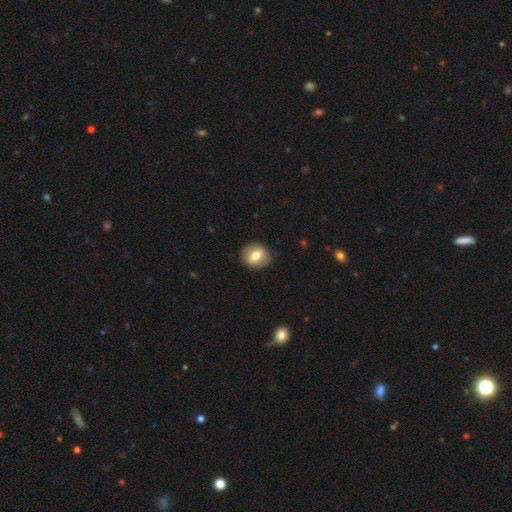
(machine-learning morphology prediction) Smooth or featured? smooth (65%)
How rounded? round (68%)
Merging? none (88%)